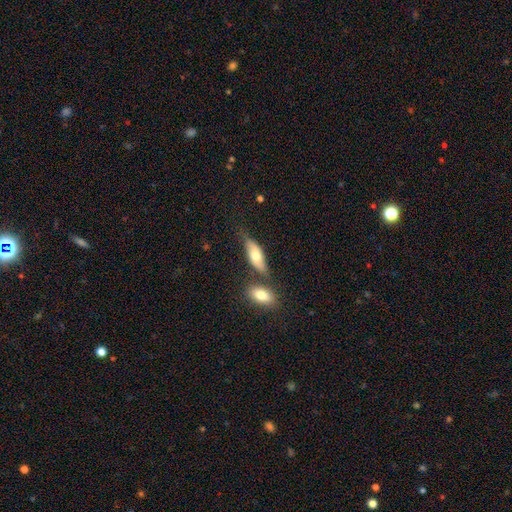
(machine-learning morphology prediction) The model was most divided on "smooth or featured": smooth: 63%, featured or disk: 30%, star or artifact: 7%. More confident: how rounded — in between (71%); merging — none (56%).